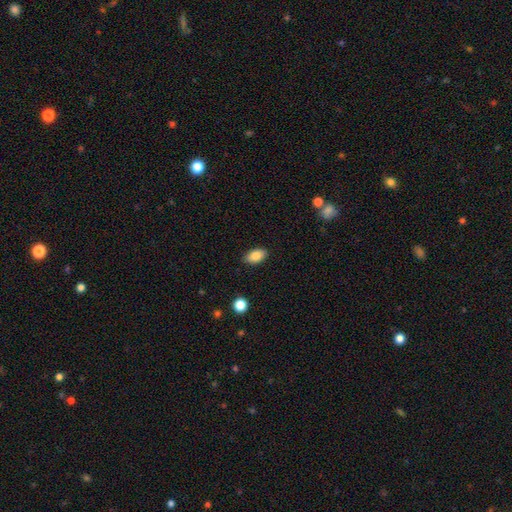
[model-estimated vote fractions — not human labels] This is clearly a smooth galaxy (86%). How rounded: clearly in between (92%). Merging: clearly none (86%).